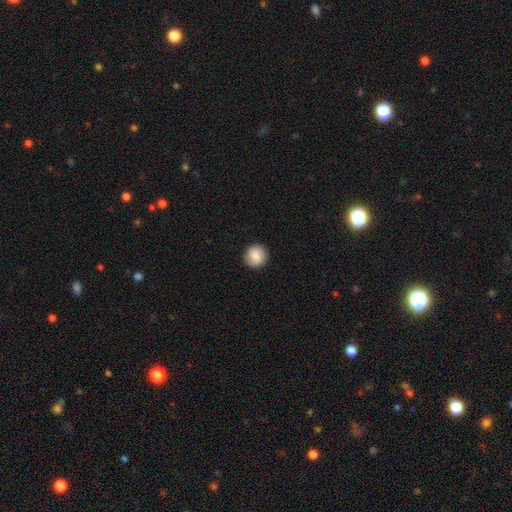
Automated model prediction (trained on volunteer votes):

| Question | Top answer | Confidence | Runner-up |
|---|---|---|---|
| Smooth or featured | smooth | 83% | featured or disk (9%) |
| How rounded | round | 91% | in between (8%) |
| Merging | none | 89% | minor disturbance (8%) |